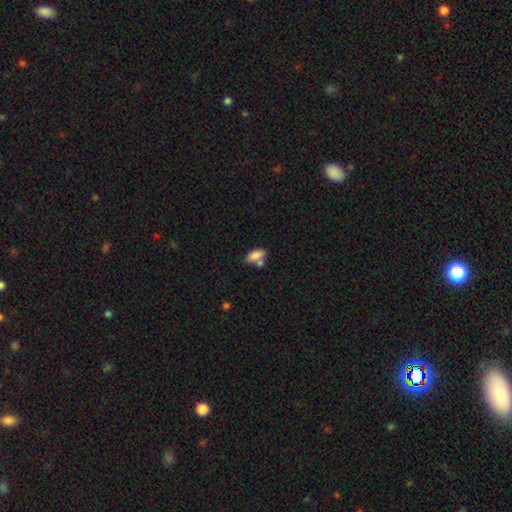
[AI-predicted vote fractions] smooth 84%, featured or disk 8%, star or artifact 8%. Down the decision tree: how rounded — in between (86%); merging — none (53%).